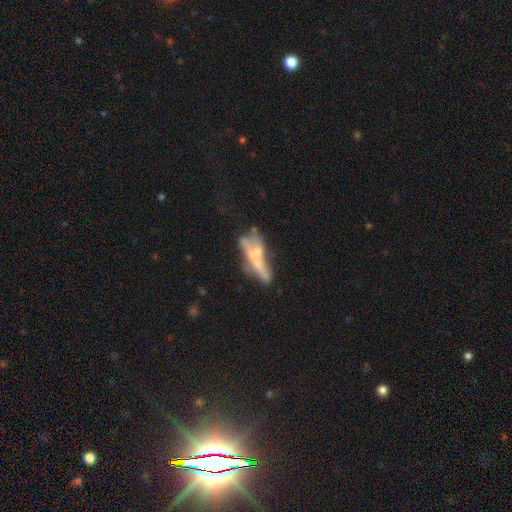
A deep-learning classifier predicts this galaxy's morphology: The model was most divided on "edge-on disk": no: 55%, yes: 45%. Remaining: smooth or featured — featured or disk (54%); merging — none (34%).